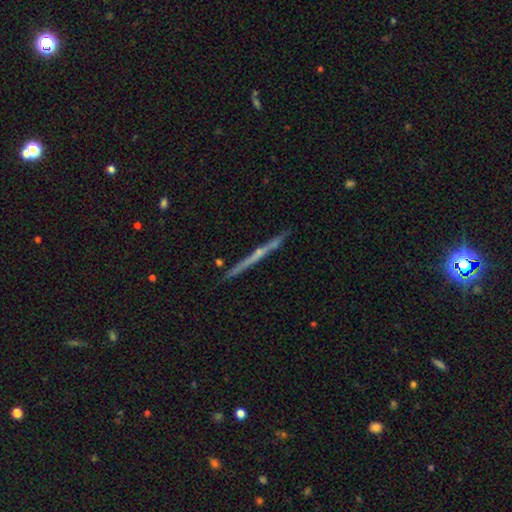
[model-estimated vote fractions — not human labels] Smooth or featured?
  - featured or disk: 66% *
  - smooth: 27%
  - star or artifact: 7%
Edge-on disk?
  - yes: 98% *
  - no: 2%
Edge-on bulge?
  - none: 68% *
  - rounded: 28%
  - boxy: 5%
Merging?
  - none: 89% *
  - minor disturbance: 8%
  - merger: 2%
  - major disturbance: 2%